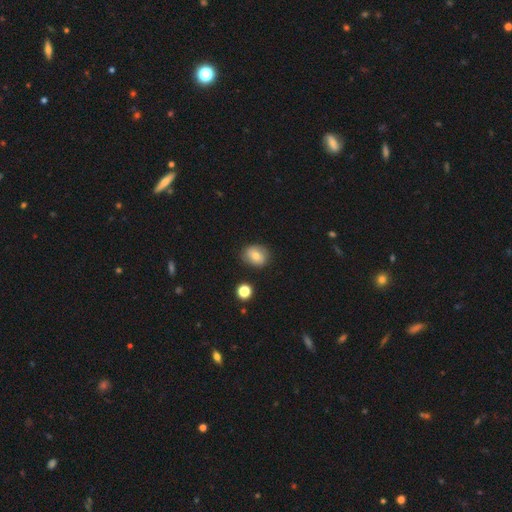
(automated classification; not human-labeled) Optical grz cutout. It shows a smooth galaxy with no disk features (70%) that is round (56%). Merging: none (81%).